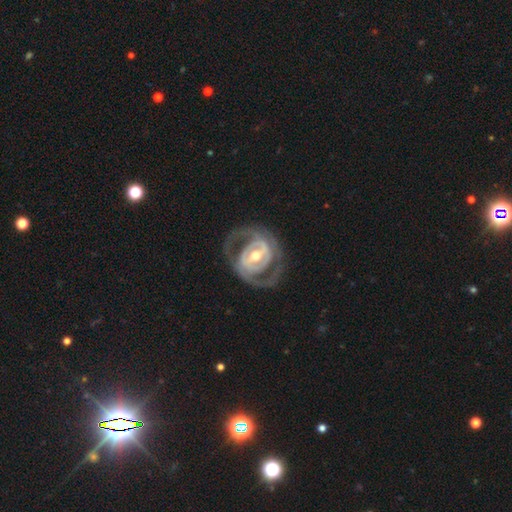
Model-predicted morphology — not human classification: A featured or disk galaxy (87%) with a strong bar (44%), 2 (78%) tight (42%) spiral arms (84%) and a moderate central bulge (70%). Merging: none (70%).